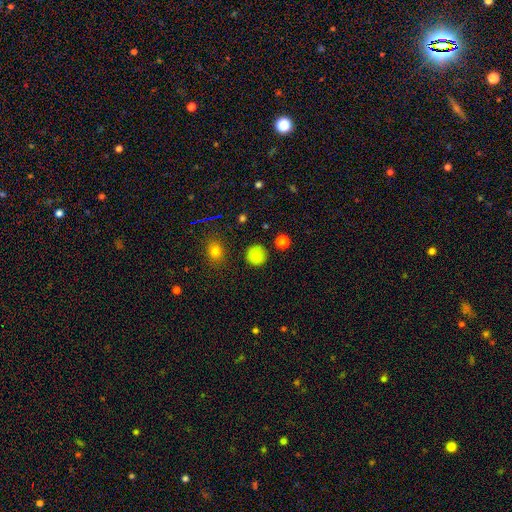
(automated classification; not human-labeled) smooth_or_featured: smooth (p=0.84) [alt: star or artifact p=0.12]
how_rounded: round (p=0.92) [alt: in between p=0.07]
merging: none (p=0.87) [alt: minor disturbance p=0.08]